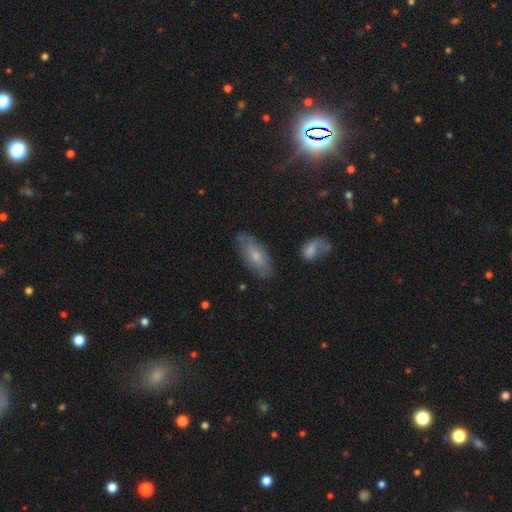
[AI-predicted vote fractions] The model was most divided on "smooth or featured": smooth: 60%, featured or disk: 33%, star or artifact: 7%. More confident: how rounded — in between (81%); merging — none (72%).